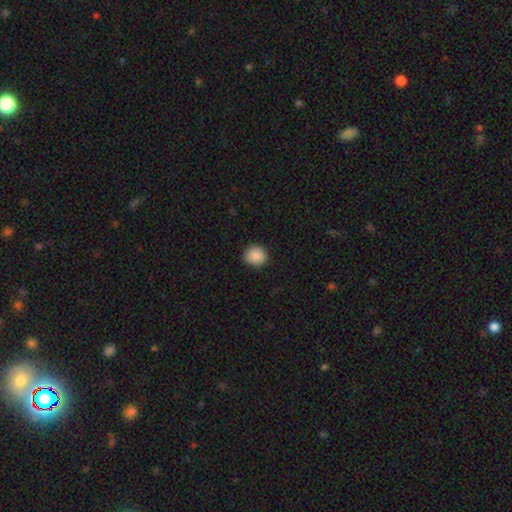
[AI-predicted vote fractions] Smooth or featured? smooth (88%)
How rounded? round (87%)
Merging? none (89%)